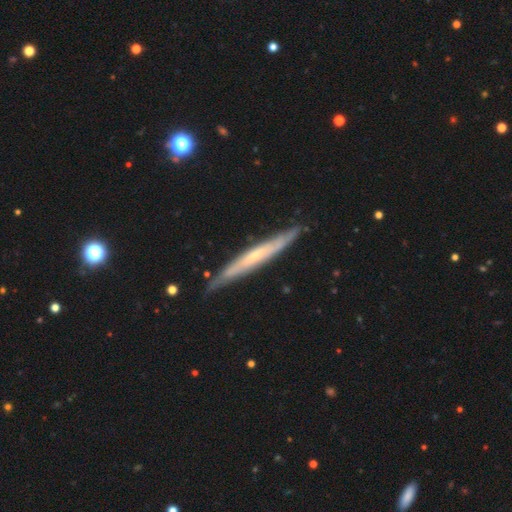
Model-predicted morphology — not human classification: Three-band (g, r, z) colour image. It shows a featured or disk galaxy (66%) viewed edge-on (88%) with no central bulge (60%). Merging: none (82%).